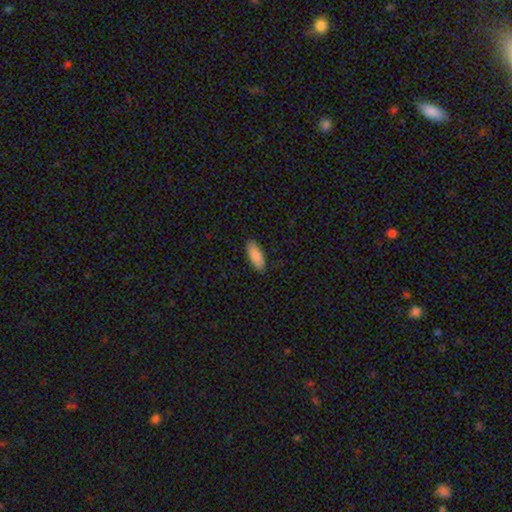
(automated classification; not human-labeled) smooth_or_featured: smooth (p=0.89) [alt: star or artifact p=0.06]
how_rounded: in between (p=0.77) [alt: cigar-shaped p=0.21]
merging: none (p=0.88) [alt: minor disturbance p=0.09]